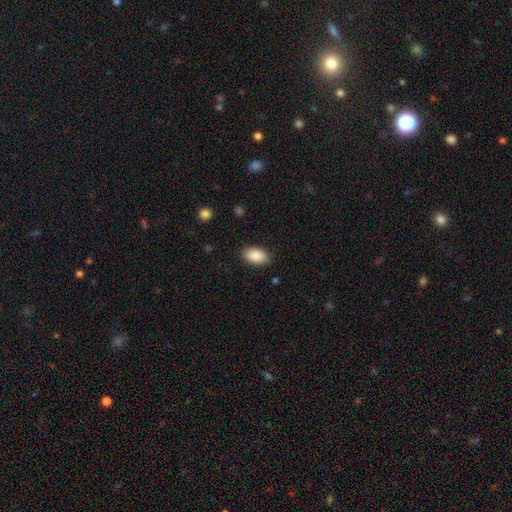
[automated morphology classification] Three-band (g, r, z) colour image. It shows a smooth galaxy with no disk features (89%) that is in between round and cigar-shaped (93%). Merging: none (87%).